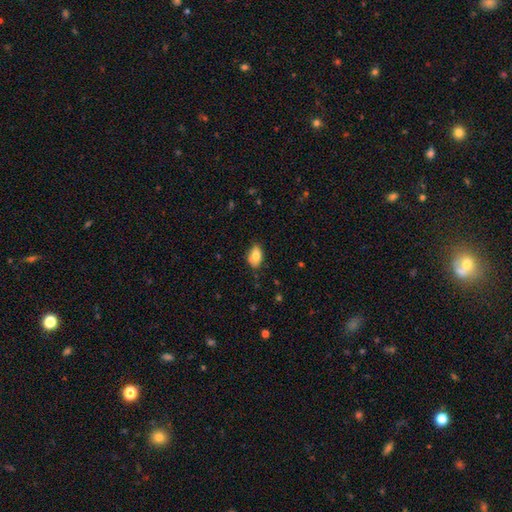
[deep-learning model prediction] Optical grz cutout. It shows a smooth galaxy with no disk features (80%) that is in between round and cigar-shaped (90%). Merging: none (75%).